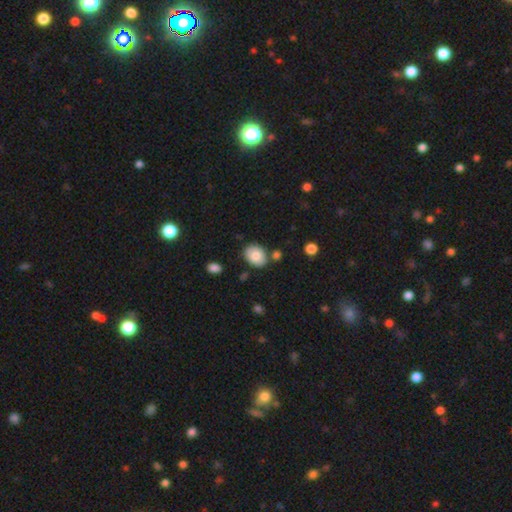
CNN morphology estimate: This is clearly a smooth galaxy (80%). How rounded: likely in between (61%). Merging: likely none (76%).